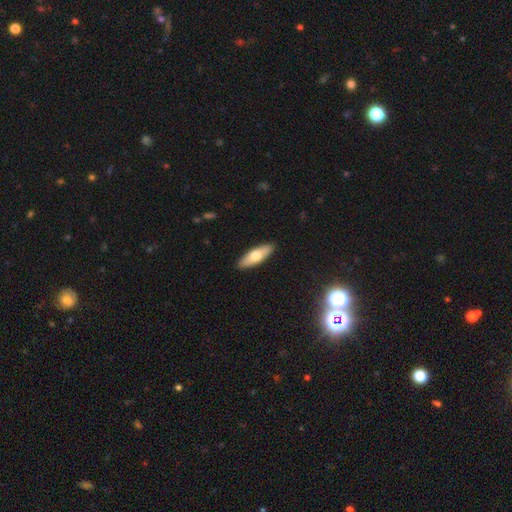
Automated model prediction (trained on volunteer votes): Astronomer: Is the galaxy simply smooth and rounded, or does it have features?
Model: smooth — 62%.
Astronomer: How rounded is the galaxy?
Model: in between — 50% (runner-up: cigar-shaped, 48%).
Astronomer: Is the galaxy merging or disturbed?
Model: none — 90%.